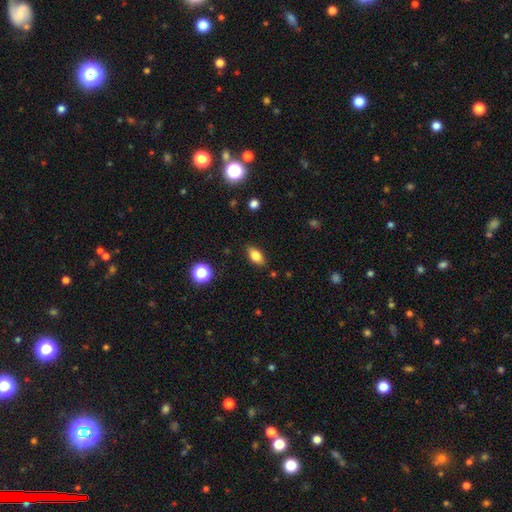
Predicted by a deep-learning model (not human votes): Overall: smooth (76%). How rounded: in between (85%). Merging: none (85%).